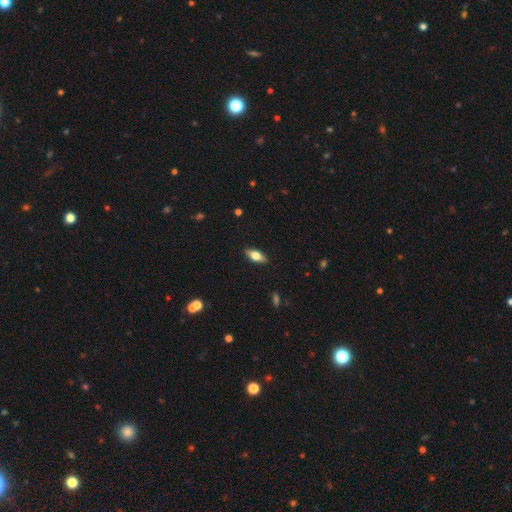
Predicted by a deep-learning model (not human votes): Morphology: type=smooth (64%); roundness=in between (78%); merging=none (89%).